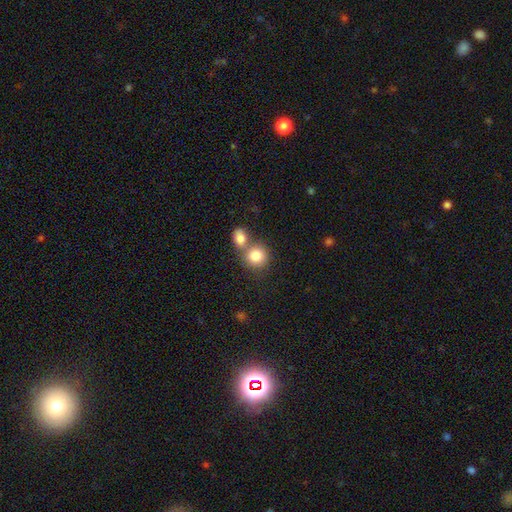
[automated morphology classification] This appears to be a smooth galaxy with no disk features (83%) that is round (84%). Merging: merger (46%).